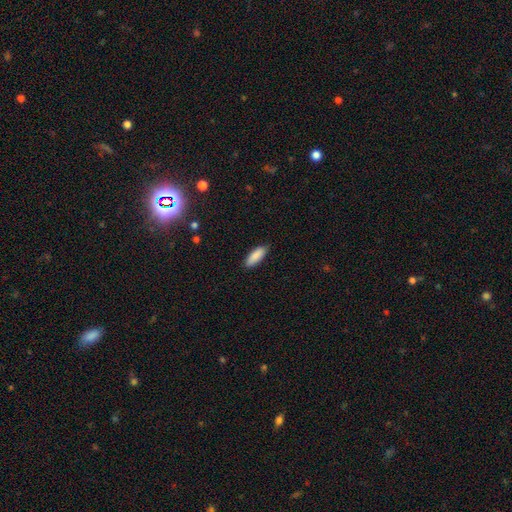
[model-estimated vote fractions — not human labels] Smooth or featured? Predicted: smooth (p=0.88). How rounded? Predicted: in between (p=0.68). Merging? Predicted: none (p=0.86).